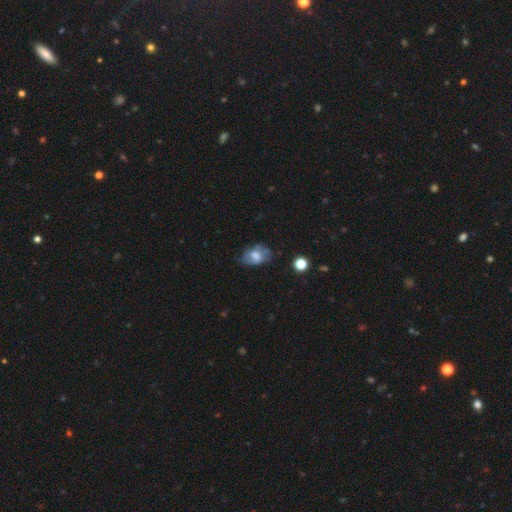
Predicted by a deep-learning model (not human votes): Smooth or featured?
  - smooth: 56% *
  - featured or disk: 34%
  - star or artifact: 9%
How rounded?
  - in between: 81% *
  - round: 18%
  - cigar-shaped: 1%
Merging?
  - none: 55% *
  - minor disturbance: 29%
  - major disturbance: 13%
  - merger: 3%